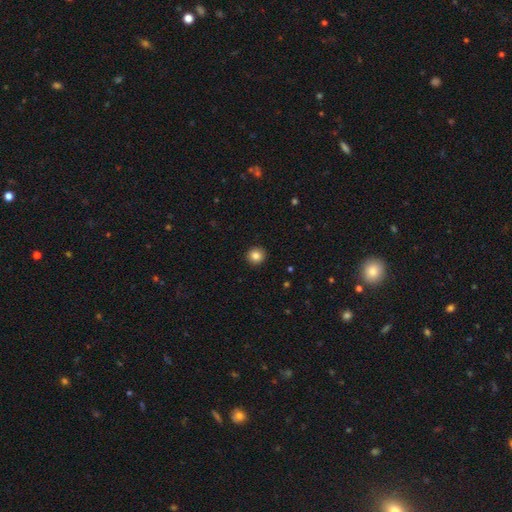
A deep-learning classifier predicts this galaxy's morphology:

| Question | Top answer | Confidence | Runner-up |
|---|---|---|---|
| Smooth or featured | smooth | 85% | star or artifact (10%) |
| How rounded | round | 93% | in between (6%) |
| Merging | none | 93% | minor disturbance (4%) |